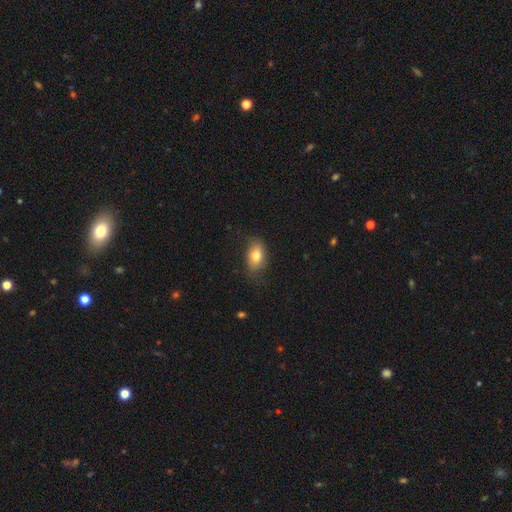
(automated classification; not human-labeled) smooth_or_featured: smooth (p=0.77) [alt: featured or disk p=0.15]
how_rounded: in between (p=0.87) [alt: round p=0.10]
merging: none (p=0.71) [alt: minor disturbance p=0.22]